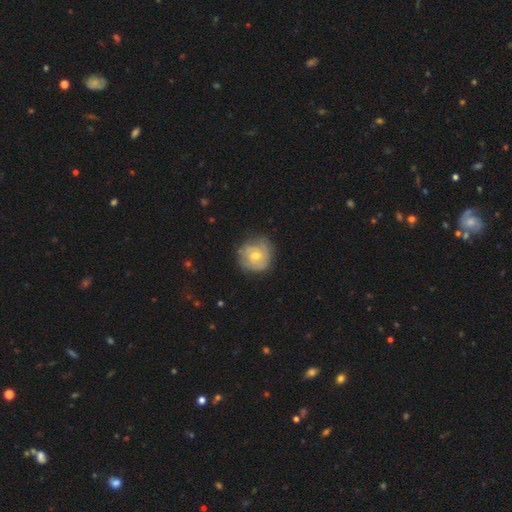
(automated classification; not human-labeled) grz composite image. It shows a featured or disk galaxy (53%) with no bar (75%), spiral arms (69%) and a moderate central bulge (60%). Merging: none (70%).